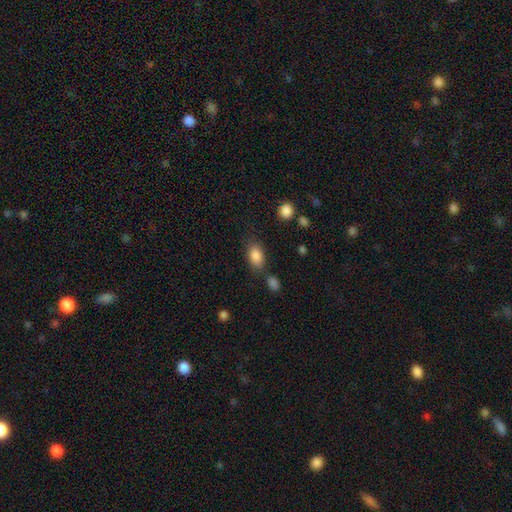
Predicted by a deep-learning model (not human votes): Overall: smooth (86%). How rounded: in between (87%). Merging: none (69%).